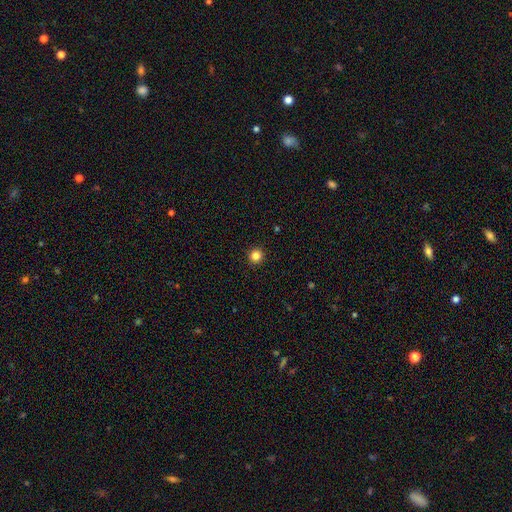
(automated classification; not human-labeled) smooth_or_featured: smooth (p=0.84) [alt: star or artifact p=0.12]
how_rounded: round (p=0.95) [alt: in between p=0.04]
merging: none (p=0.94) [alt: minor disturbance p=0.04]